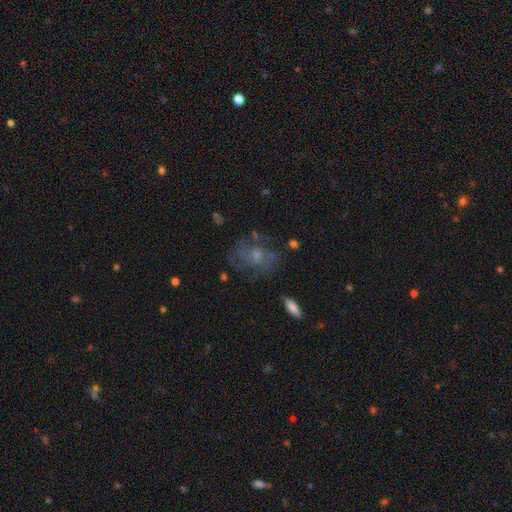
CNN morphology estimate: featured or disk 62%, smooth 26%, star or artifact 13%. Down the decision tree: edge-on disk — no (97%); bar — no (74%); spiral arms — yes (66%); bulge size — small (42%); merging — none (61%).